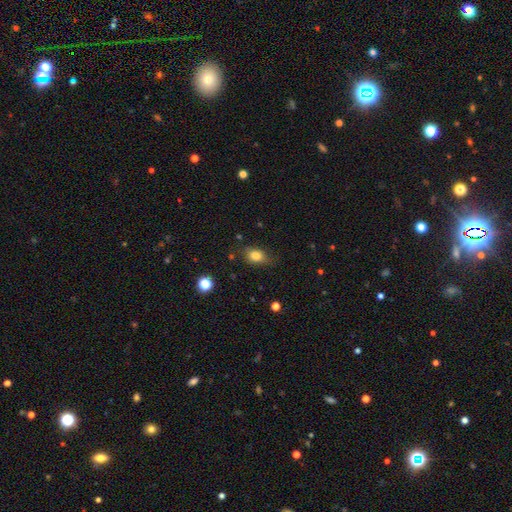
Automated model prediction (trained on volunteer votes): The model was most divided on "how rounded": in between: 73%, round: 25%, cigar-shaped: 3%. More confident: smooth or featured — smooth (80%); merging — none (71%).